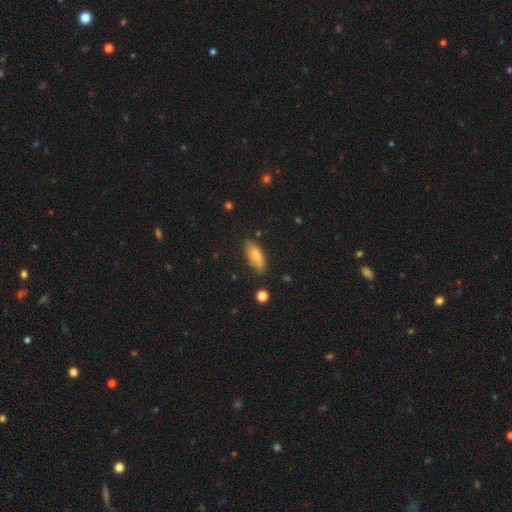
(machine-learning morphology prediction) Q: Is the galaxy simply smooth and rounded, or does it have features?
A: smooth — 72%.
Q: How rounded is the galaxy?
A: in between — 74%.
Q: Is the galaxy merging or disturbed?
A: none — 82%.